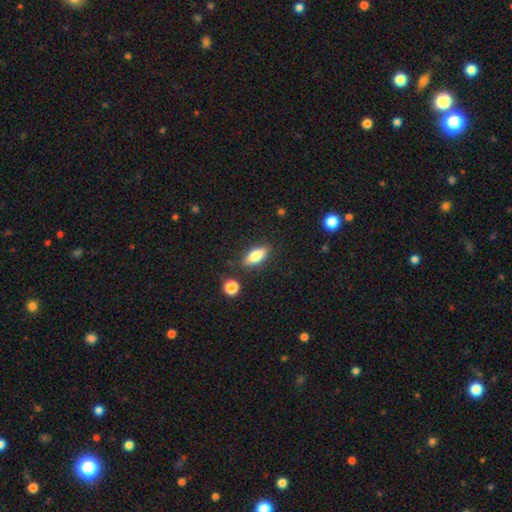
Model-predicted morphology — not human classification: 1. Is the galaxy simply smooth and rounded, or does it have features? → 77% smooth, 15% featured or disk, 7% star or artifact.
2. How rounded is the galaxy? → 77% in between, 20% cigar-shaped, 4% round.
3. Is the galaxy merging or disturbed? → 84% none, 11% minor disturbance, 3% merger, 3% major disturbance.